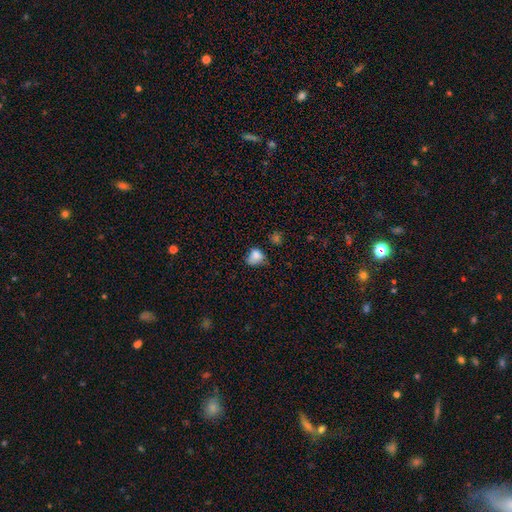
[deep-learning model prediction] The model was most divided on "merging": none: 40%, minor disturbance: 39%, major disturbance: 16%, merger: 5%. More confident: smooth or featured — smooth (79%); how rounded — round (52%).